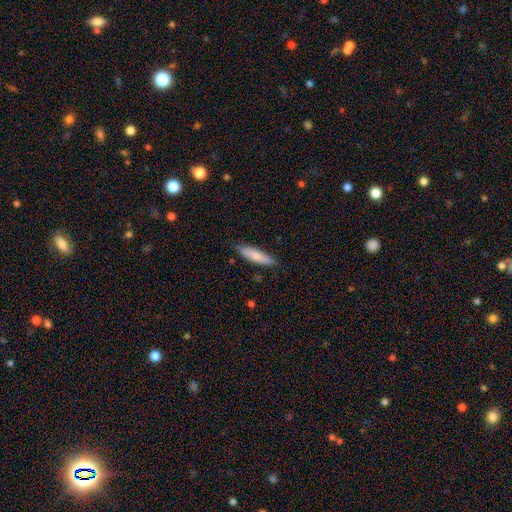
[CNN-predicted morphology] A smooth galaxy with no disk features (78%) that is cigar-shaped (70%).

Vote fractions:
- Smooth or featured? smooth: 78% / featured or disk: 16% / star or artifact: 6%
- How rounded? cigar-shaped: 70% / in between: 29% / round: 1%
- Merging? none: 83% / minor disturbance: 13% / major disturbance: 2% / merger: 1%